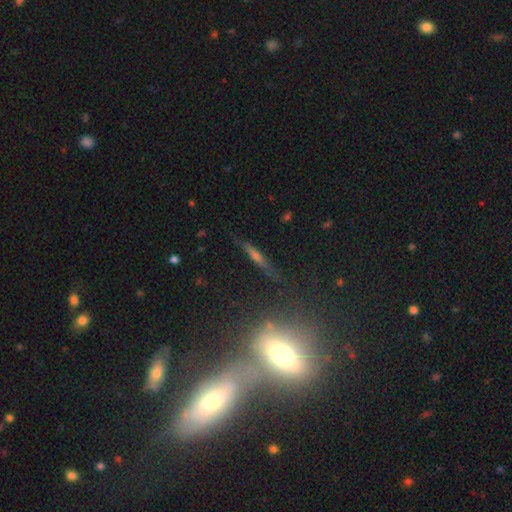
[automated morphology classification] smooth-or-featured: featured or disk: 50% | smooth: 29% | star or artifact: 20%
  disk-edge-on: yes: 76% | no: 24%
  merging: none: 66% | merger: 13% | minor disturbance: 13% | major disturbance: 7%